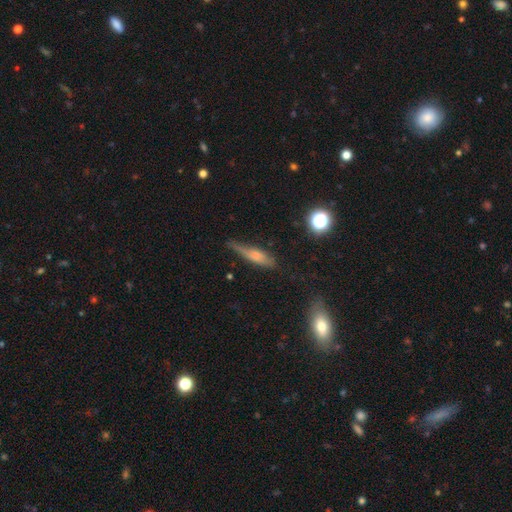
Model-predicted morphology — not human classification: A smooth galaxy with no disk features (56%) that is cigar-shaped (71%).

Vote fractions:
- Smooth or featured? smooth: 56% / featured or disk: 33% / star or artifact: 10%
- How rounded? cigar-shaped: 71% / in between: 25% / round: 3%
- Merging? none: 57% / minor disturbance: 30% / major disturbance: 10% / merger: 3%